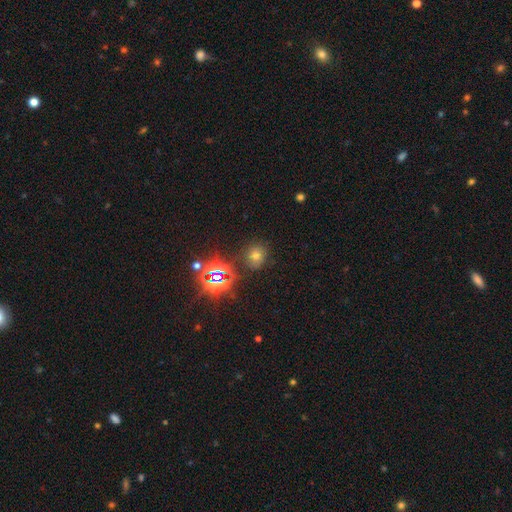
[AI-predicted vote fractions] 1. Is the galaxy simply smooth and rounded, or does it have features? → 53% smooth, 37% star or artifact, 10% featured or disk.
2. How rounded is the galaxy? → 77% round, 22% in between, 1% cigar-shaped.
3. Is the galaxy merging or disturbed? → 83% none, 10% minor disturbance, 4% major disturbance, 3% merger.